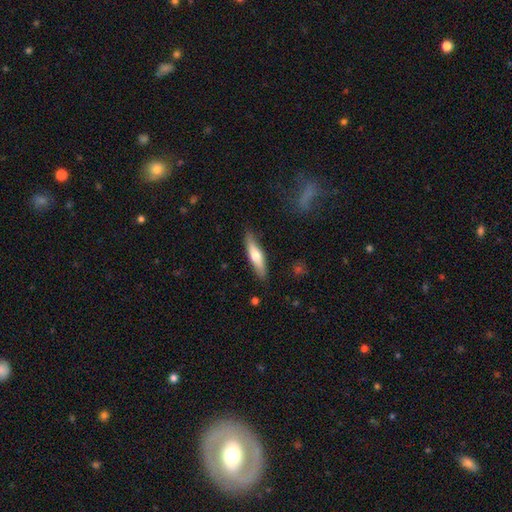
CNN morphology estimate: This appears to be a smooth galaxy with no disk features (58%) that is cigar-shaped (75%). Merging: none (84%).